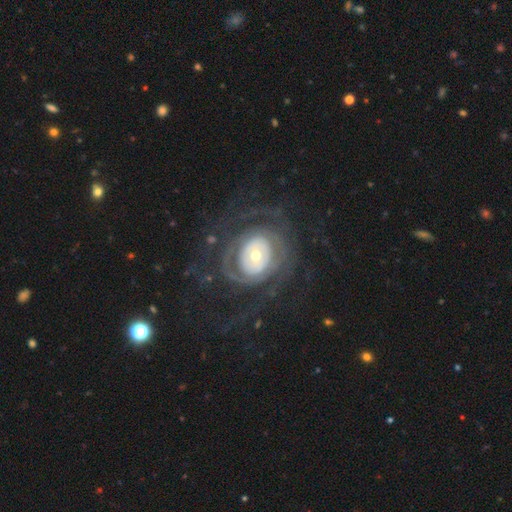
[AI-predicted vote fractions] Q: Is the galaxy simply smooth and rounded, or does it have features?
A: featured or disk — 82%.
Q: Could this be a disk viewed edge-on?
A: no — 97%.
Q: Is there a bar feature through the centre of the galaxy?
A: no — 78%.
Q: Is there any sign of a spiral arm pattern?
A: yes — 83%.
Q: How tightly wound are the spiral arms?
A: tight — 56%.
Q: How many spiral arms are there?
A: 2 — 31%, tied with can't tell.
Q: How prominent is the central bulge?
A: moderate — 47%.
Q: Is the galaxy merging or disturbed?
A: none — 61%.